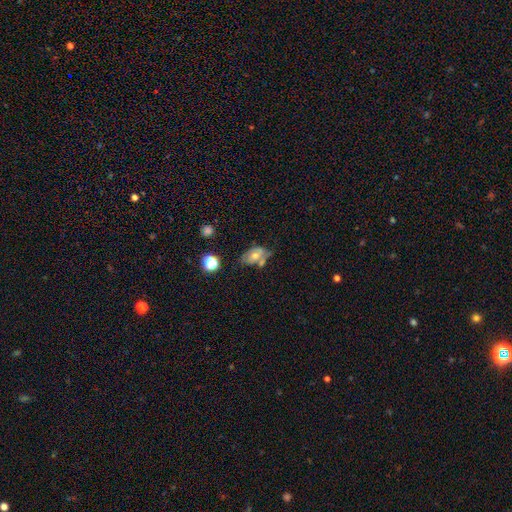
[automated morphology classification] A smooth galaxy with no disk features (47%).

Vote fractions:
- Smooth or featured? smooth: 47% / featured or disk: 41% / star or artifact: 12%
- Merging? none: 41% / minor disturbance: 25% / merger: 22% / major disturbance: 12%